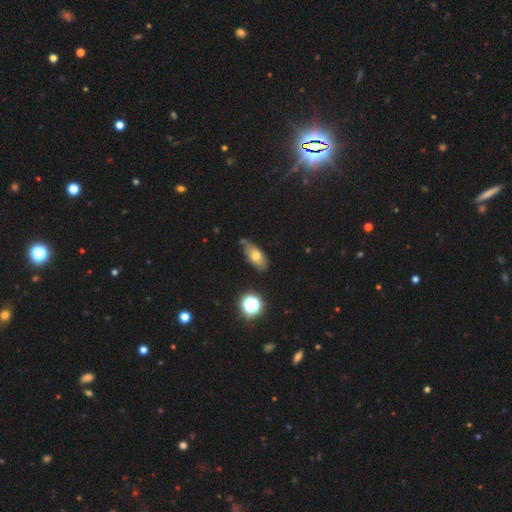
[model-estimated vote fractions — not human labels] smooth 66%, featured or disk 22%, star or artifact 13%. Down the decision tree: how rounded — in between (83%); merging — none (70%).